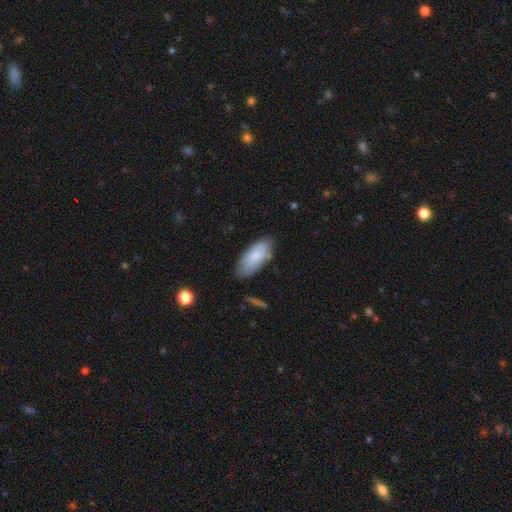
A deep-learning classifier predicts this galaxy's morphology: The model was most divided on "merging": none: 76%, minor disturbance: 18%, major disturbance: 3%, merger: 3%. More confident: how rounded — in between (85%); smooth or featured — smooth (81%).